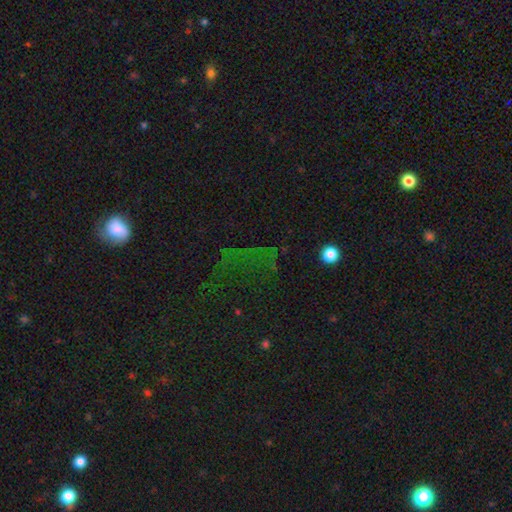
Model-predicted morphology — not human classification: Q: Smooth or featured?
A: star or artifact (61%); runner-up: smooth (24%)